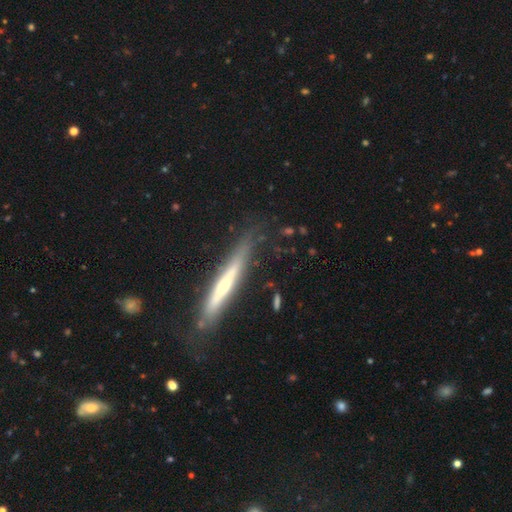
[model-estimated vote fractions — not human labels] This appears to be a featured or disk galaxy (61%) viewed edge-on (91%) with no central bulge (49%). Merging: none (73%).